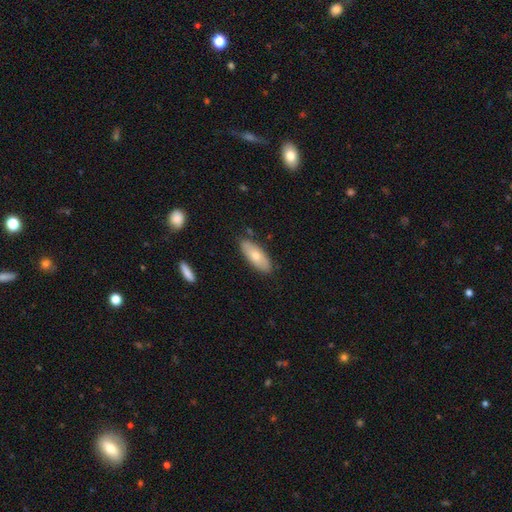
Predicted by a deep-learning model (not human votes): This is likely a smooth galaxy (68%). How rounded: likely in between (77%). Merging: clearly none (84%).